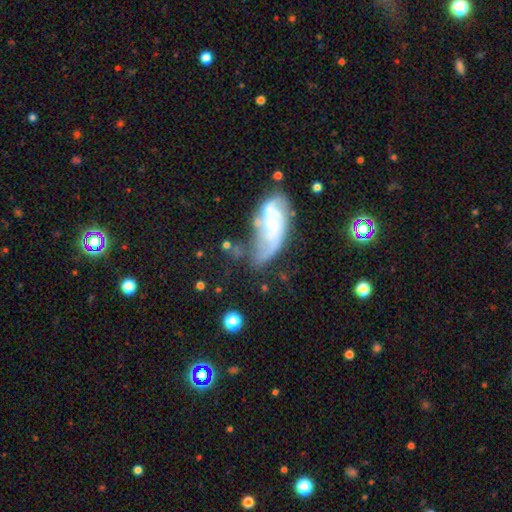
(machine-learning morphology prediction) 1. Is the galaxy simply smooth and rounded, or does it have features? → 59% featured or disk, 27% smooth, 14% star or artifact.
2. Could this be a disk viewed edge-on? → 88% no, 12% yes.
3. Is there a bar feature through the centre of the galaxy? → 60% no, 29% weak, 11% strong.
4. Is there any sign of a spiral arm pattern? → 71% yes, 29% no.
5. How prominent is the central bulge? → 55% small, 30% moderate, 10% none, 4% large, 2% dominant.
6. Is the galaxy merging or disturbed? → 35% none, 30% major disturbance, 22% minor disturbance, 13% merger.